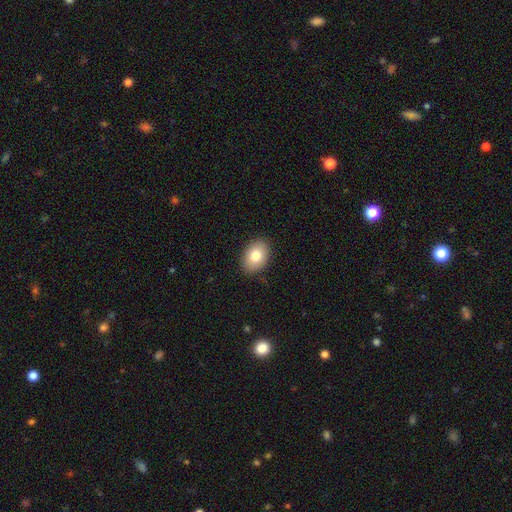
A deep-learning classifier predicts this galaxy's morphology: smooth_or_featured: smooth (p=0.80) [alt: featured or disk p=0.12]
how_rounded: in between (p=0.81) [alt: round p=0.18]
merging: none (p=0.88) [alt: minor disturbance p=0.09]